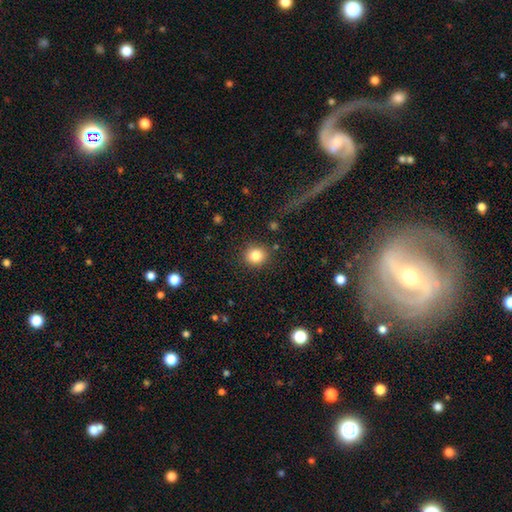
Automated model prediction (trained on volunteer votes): This appears to be a smooth galaxy with no disk features (83%) that is round (86%). Merging: none (87%).